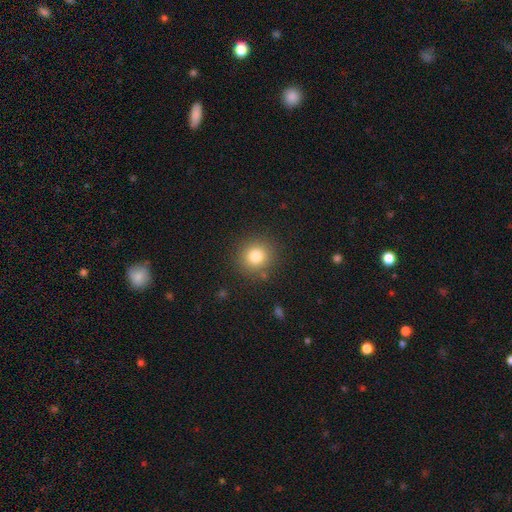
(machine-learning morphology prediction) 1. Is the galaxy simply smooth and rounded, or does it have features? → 81% smooth, 12% star or artifact, 7% featured or disk.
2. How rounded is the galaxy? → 91% round, 8% in between, 1% cigar-shaped.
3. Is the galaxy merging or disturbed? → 87% none, 8% minor disturbance, 3% major disturbance, 2% merger.